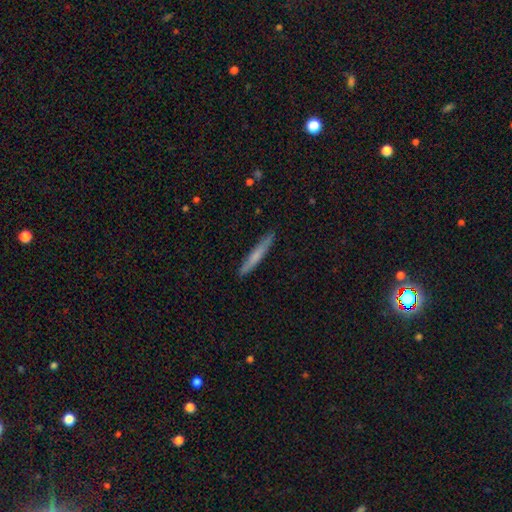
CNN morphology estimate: A smooth galaxy with no disk features (63%) that is cigar-shaped (96%).

Vote fractions:
- Smooth or featured? smooth: 63% / featured or disk: 32% / star or artifact: 6%
- How rounded? cigar-shaped: 96% / in between: 3% / round: 1%
- Merging? none: 90% / minor disturbance: 7% / major disturbance: 1% / merger: 1%